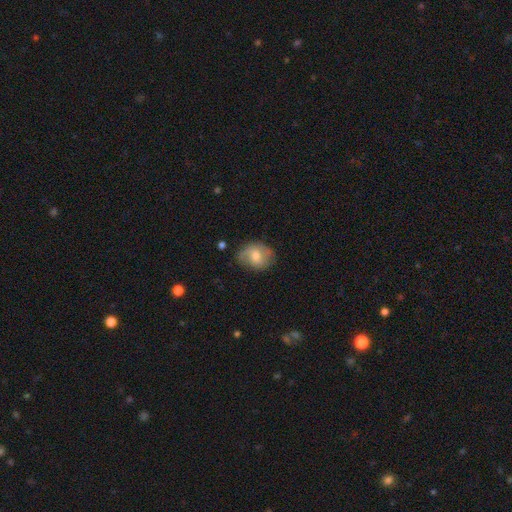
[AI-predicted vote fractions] The model was most divided on "how rounded": in between: 53%, round: 45%, cigar-shaped: 1%. More confident: merging — none (68%); smooth or featured — smooth (55%).